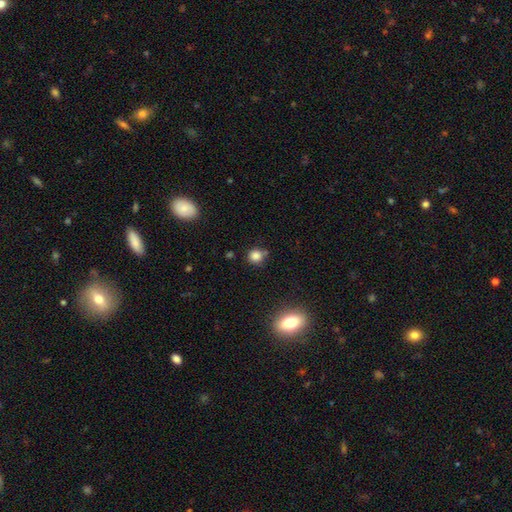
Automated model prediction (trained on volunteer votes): Smooth or featured: smooth — 82% (star or artifact — 13%)
How rounded: round — 87% (in between — 12%)
Merging: none — 75% (minor disturbance — 13%)